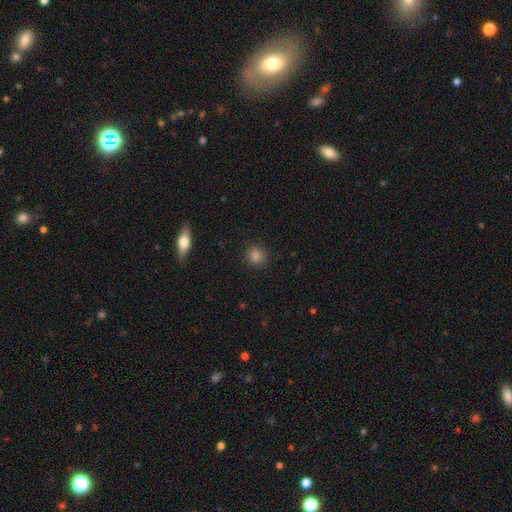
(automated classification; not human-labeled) Q: Smooth or featured?
A: smooth (83%); runner-up: star or artifact (11%)
Q: How rounded?
A: round (89%); runner-up: in between (10%)
Q: Merging?
A: none (91%); runner-up: minor disturbance (6%)